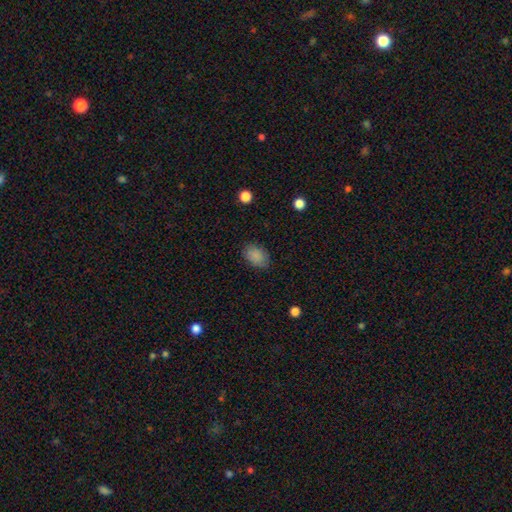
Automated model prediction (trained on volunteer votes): Morphology: type=smooth (87%); roundness=in between (82%); merging=none (84%).